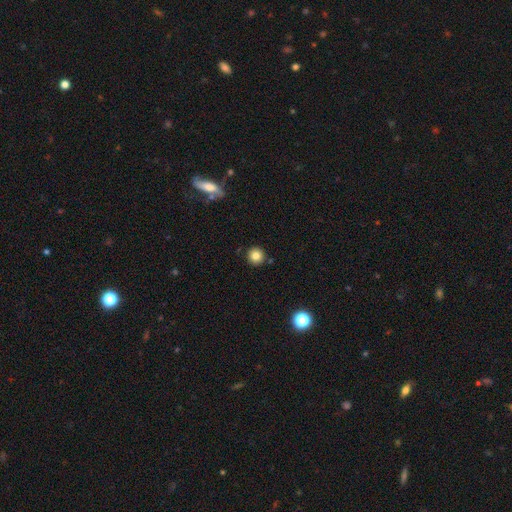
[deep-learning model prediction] smooth-or-featured: smooth: 82% | star or artifact: 12% | featured or disk: 7%
  how-rounded: round: 95% | in between: 4% | cigar-shaped: 1%
  merging: none: 88% | minor disturbance: 6% | merger: 3% | major disturbance: 2%